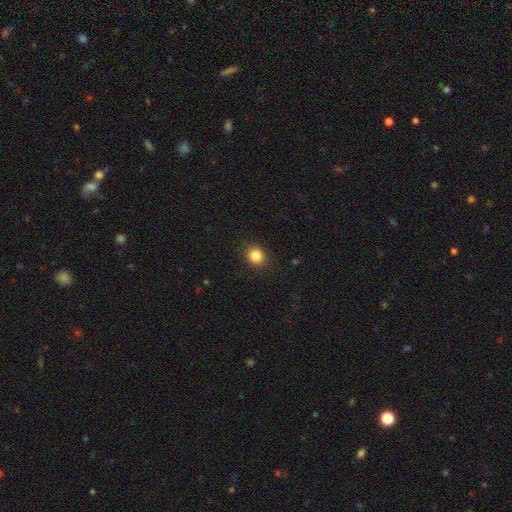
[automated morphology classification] smooth 84%, star or artifact 11%, featured or disk 4%. Down the decision tree: how rounded — round (76%); merging — none (88%).